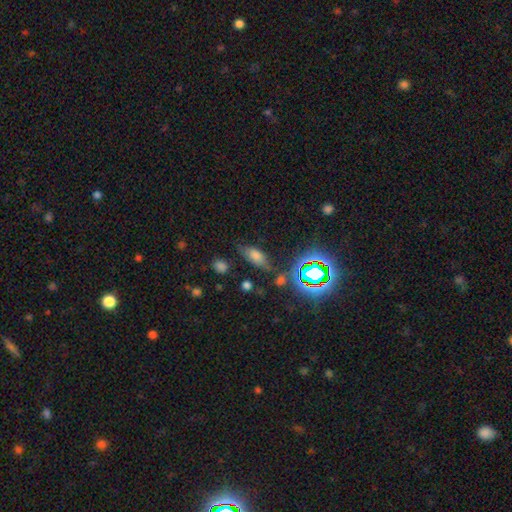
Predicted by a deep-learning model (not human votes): Smooth or featured? Predicted: smooth (p=0.61). How rounded? Predicted: in between (p=0.74). Merging? Predicted: none (p=0.68).